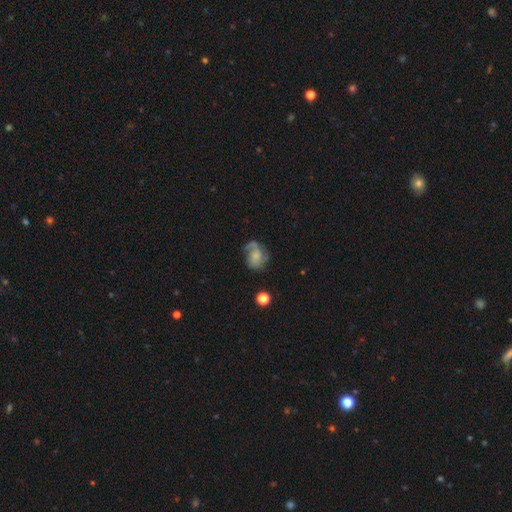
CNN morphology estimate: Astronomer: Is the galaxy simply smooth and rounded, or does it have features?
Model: featured or disk — 59%.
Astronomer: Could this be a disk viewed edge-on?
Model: no — 98%.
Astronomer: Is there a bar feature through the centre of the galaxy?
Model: no — 71%.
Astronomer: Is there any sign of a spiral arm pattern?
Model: yes — 85%.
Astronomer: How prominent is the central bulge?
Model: small — 38% (runner-up: none, 32%).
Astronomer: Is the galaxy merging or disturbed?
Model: none — 48% (runner-up: minor disturbance, 25%).